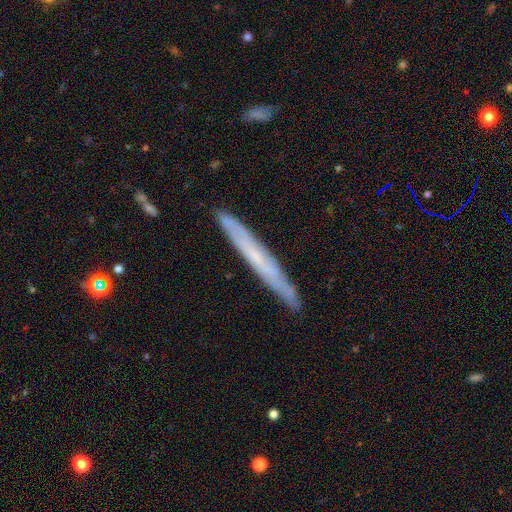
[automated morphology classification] Smooth or featured?
  - featured or disk: 55% *
  - smooth: 37%
  - star or artifact: 7%
Edge-on disk?
  - yes: 88% *
  - no: 12%
Merging?
  - none: 87% *
  - minor disturbance: 10%
  - major disturbance: 2%
  - merger: 1%